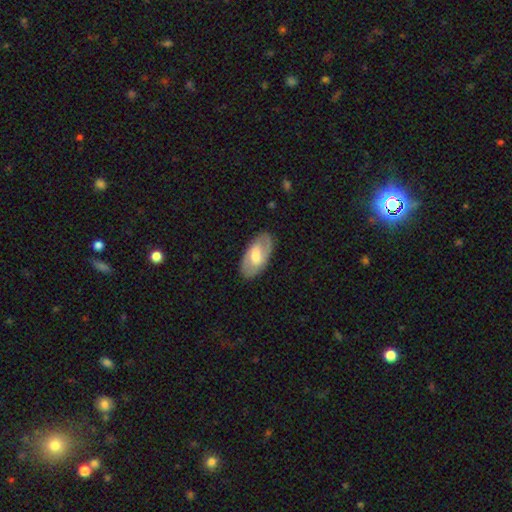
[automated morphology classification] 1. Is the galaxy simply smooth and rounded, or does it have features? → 55% featured or disk, 40% smooth, 5% star or artifact.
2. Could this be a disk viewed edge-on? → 91% no, 9% yes.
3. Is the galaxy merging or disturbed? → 84% none, 11% minor disturbance, 3% major disturbance, 1% merger.